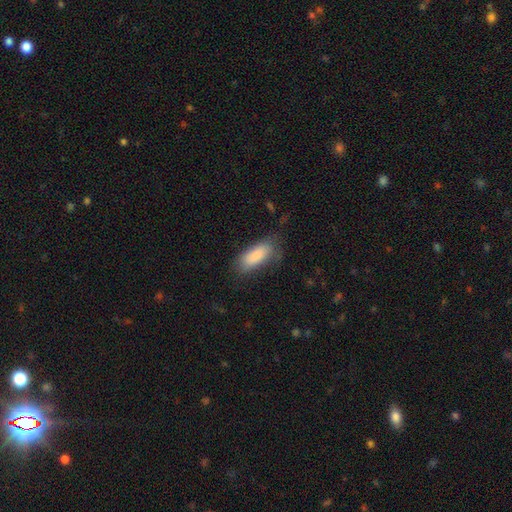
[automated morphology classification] A smooth galaxy with no disk features (86%) that is in between round and cigar-shaped (79%). Merging: none (65%).